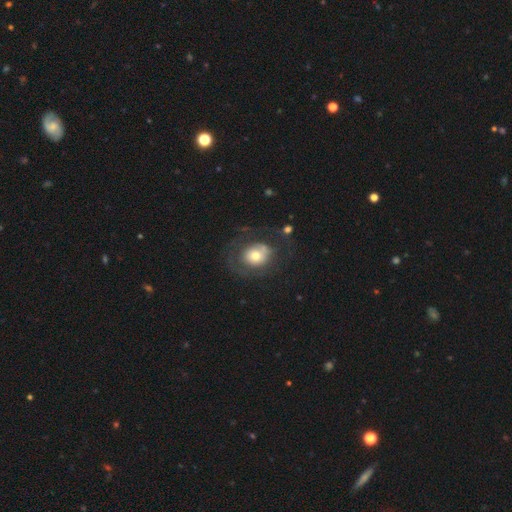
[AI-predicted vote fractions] The model was most divided on "smooth or featured": smooth: 53%, featured or disk: 39%, star or artifact: 9%. Remaining: how rounded — round (64%); merging — none (49%).